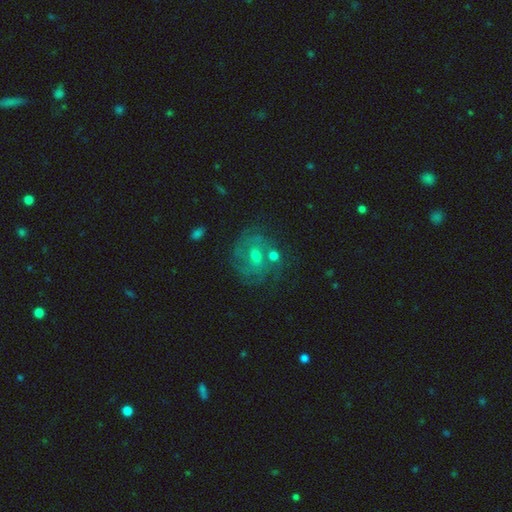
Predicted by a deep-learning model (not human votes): Q: Smooth or featured?
A: featured or disk (68%); runner-up: smooth (19%)
Q: Edge-on disk?
A: no (97%); runner-up: yes (3%)
Q: Bar?
A: no (56%); runner-up: weak (38%)
Q: Spiral arms?
A: yes (83%); runner-up: no (17%)
Q: Spiral winding?
A: tight (55%); runner-up: medium (34%)
Q: Spiral arm count?
A: can't tell (42%); runner-up: 2 (24%)
Q: Bulge size?
A: moderate (49%); runner-up: small (46%)
Q: Merging?
A: none (68%); runner-up: minor disturbance (15%)